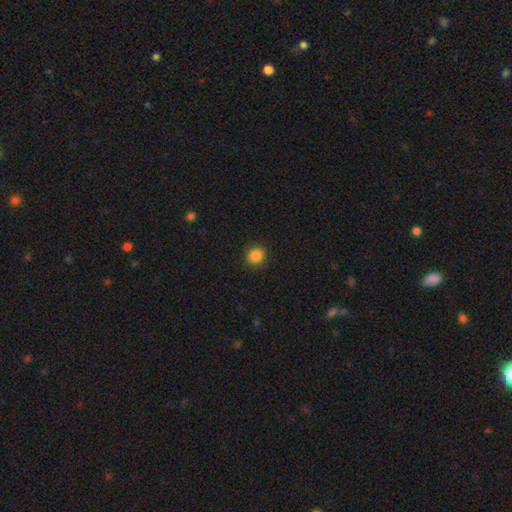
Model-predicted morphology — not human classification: Smooth or featured? Predicted: smooth (p=0.86). How rounded? Predicted: round (p=0.88). Merging? Predicted: none (p=0.91).